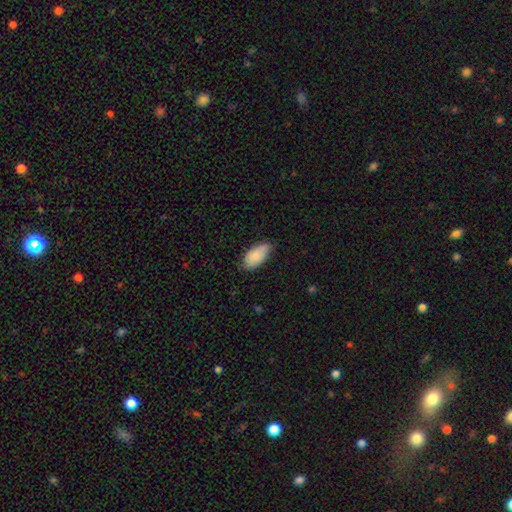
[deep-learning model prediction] A smooth galaxy with no disk features (84%) that is in between round and cigar-shaped (94%).

Vote fractions:
- Smooth or featured? smooth: 84% / featured or disk: 10% / star or artifact: 6%
- How rounded? in between: 94% / cigar-shaped: 4% / round: 2%
- Merging? none: 68% / minor disturbance: 27% / major disturbance: 4% / merger: 1%